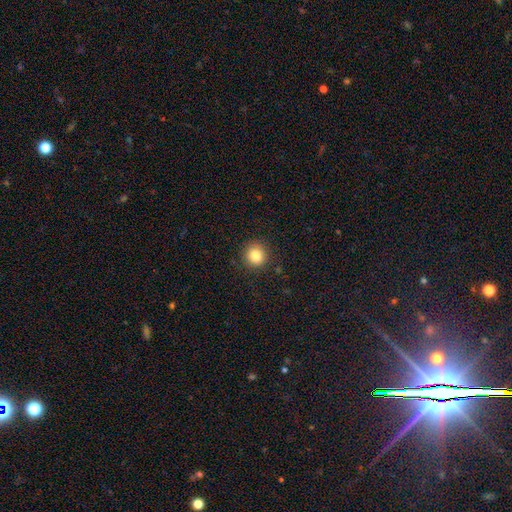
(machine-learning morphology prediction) type=smooth (83%); roundness=round (92%); merging=none (90%).